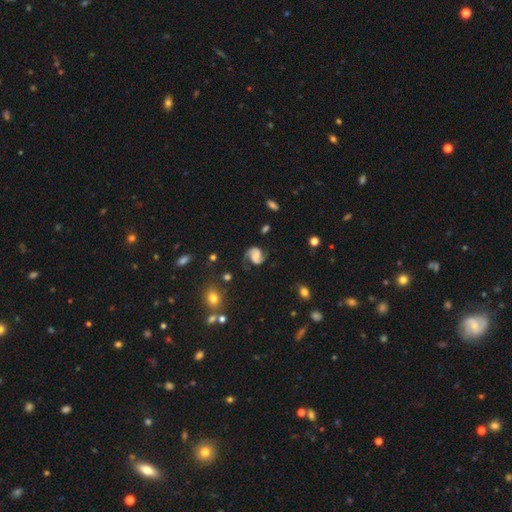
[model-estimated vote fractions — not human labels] featured or disk 79%, smooth 14%, star or artifact 8%. Down the decision tree: edge-on disk — no (98%); bar — no (52%); spiral arms — yes (96%); spiral arm count — 2 (88%); spiral winding — medium (51%); bulge size — none (31%); merging — none (67%).